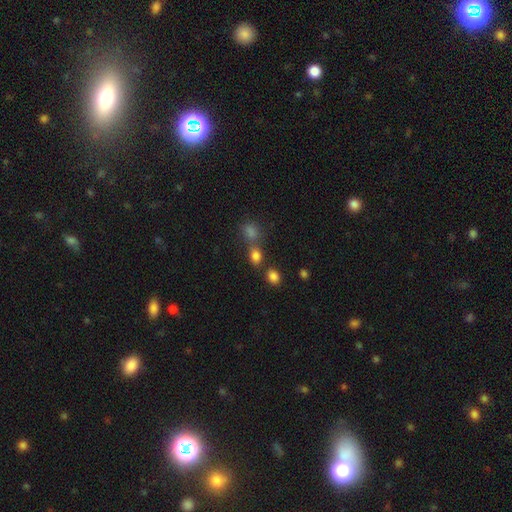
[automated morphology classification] Smooth or featured?
  - smooth: 79% *
  - star or artifact: 14%
  - featured or disk: 7%
How rounded?
  - in between: 55% *
  - round: 42%
  - cigar-shaped: 2%
Merging?
  - none: 51% *
  - merger: 34%
  - minor disturbance: 10%
  - major disturbance: 5%